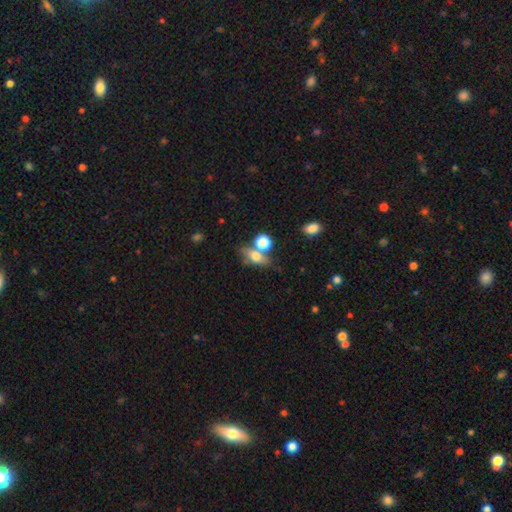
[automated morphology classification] smooth_or_featured: smooth (p=0.67) [alt: featured or disk p=0.21]
how_rounded: in between (p=0.63) [alt: round p=0.25]
merging: none (p=0.50) [alt: merger p=0.29]